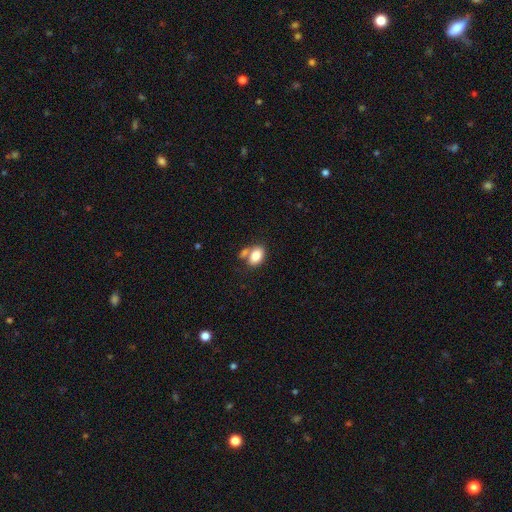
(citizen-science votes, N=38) Smooth or featured?
  - smooth: 76% *
  - featured or disk: 16%
  - star or artifact: 8%
How rounded?
  - in between: 93% *
  - round: 7%
  - cigar-shaped: 0%
Merging?
  - none: 49% *
  - merger: 31%
  - minor disturbance: 14%
  - major disturbance: 6%